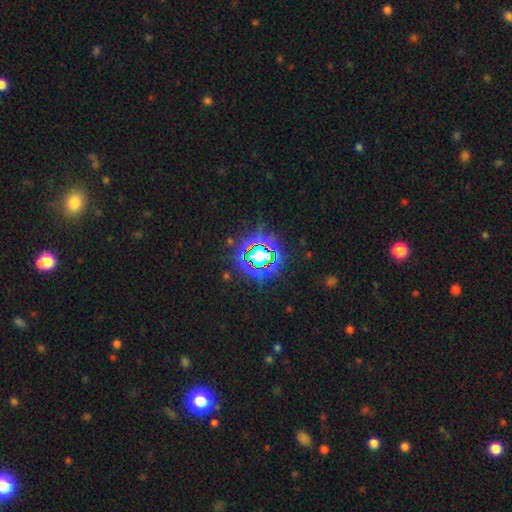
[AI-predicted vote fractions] smooth_or_featured: star or artifact (p=0.79) [alt: smooth p=0.13]